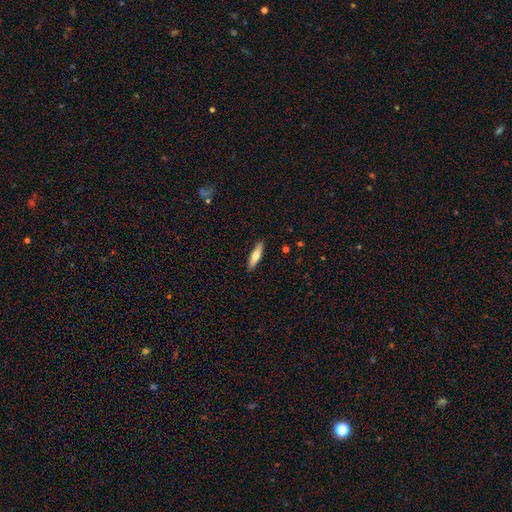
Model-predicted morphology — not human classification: Smooth or featured? Predicted: smooth (p=0.64). How rounded? Predicted: cigar-shaped (p=0.75). Merging? Predicted: none (p=0.90).